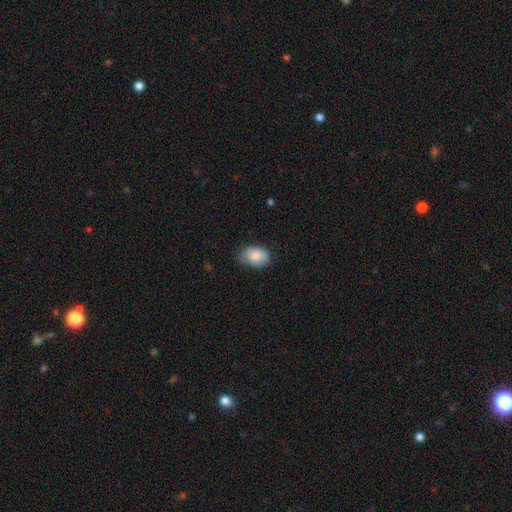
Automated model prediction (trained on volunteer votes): A smooth galaxy with no disk features (84%) that is in between round and cigar-shaped (84%). Merging: none (71%).